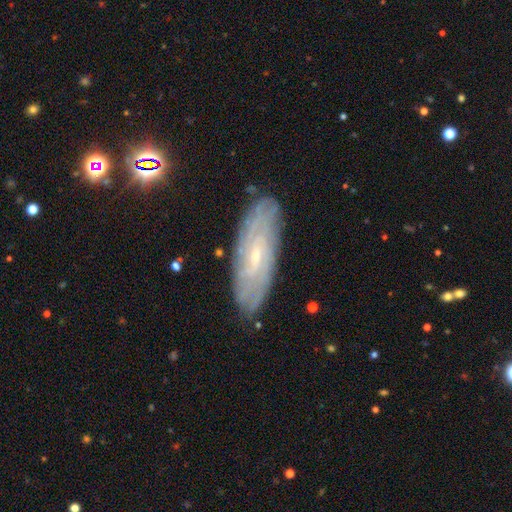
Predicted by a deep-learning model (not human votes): Q: Smooth or featured?
A: featured or disk (72%); runner-up: smooth (20%)
Q: Edge-on disk?
A: no (82%); runner-up: yes (18%)
Q: Bar?
A: weak (48%); runner-up: no (40%)
Q: Spiral arms?
A: yes (88%); runner-up: no (12%)
Q: Spiral winding?
A: tight (70%); runner-up: medium (22%)
Q: Spiral arm count?
A: can't tell (62%); runner-up: 2 (11%)
Q: Bulge size?
A: small (75%); runner-up: moderate (19%)
Q: Merging?
A: none (83%); runner-up: minor disturbance (12%)